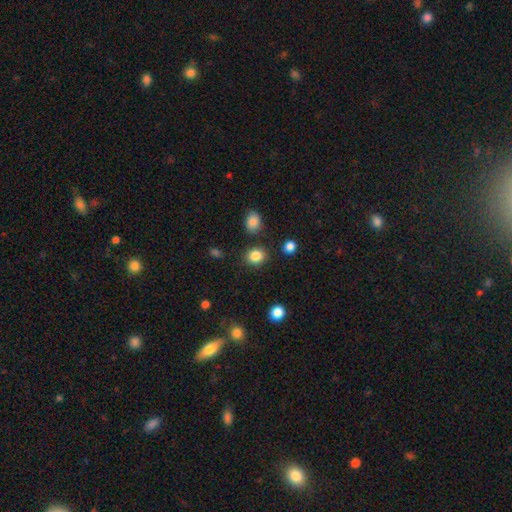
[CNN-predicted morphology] type=smooth (85%); roundness=round (76%); merging=none (84%).